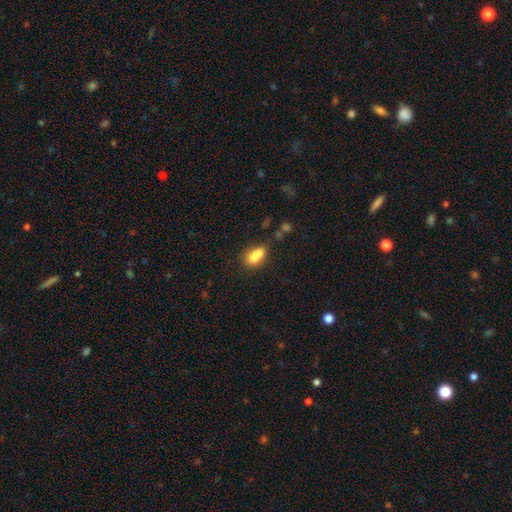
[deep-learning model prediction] Smooth or featured? Predicted: smooth (p=0.70). How rounded? Predicted: in between (p=0.60). Merging? Predicted: merger (p=0.64).